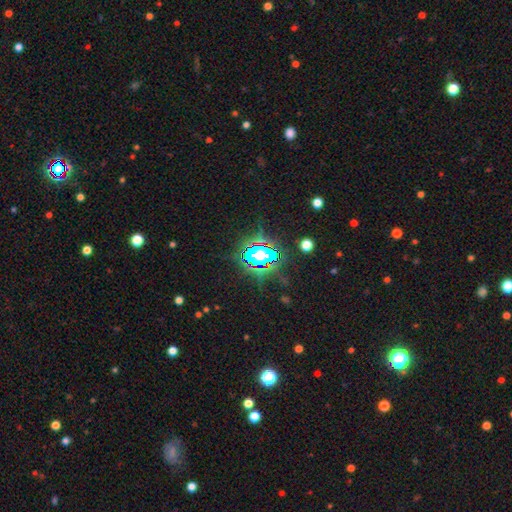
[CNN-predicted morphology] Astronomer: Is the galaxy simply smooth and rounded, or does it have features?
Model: star or artifact — 79%.